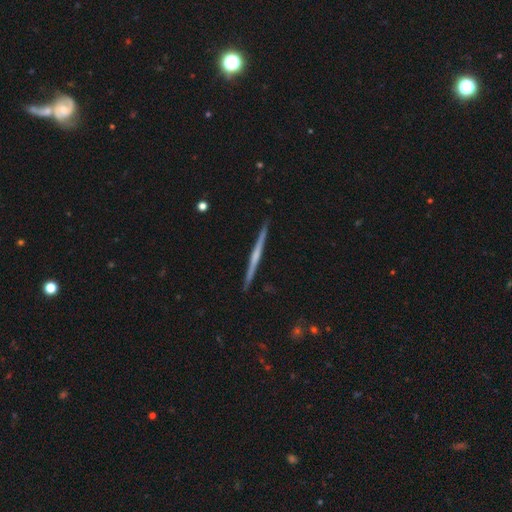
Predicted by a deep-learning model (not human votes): A featured or disk galaxy (70%) viewed edge-on (99%) with no central bulge (60%).

Vote fractions:
- Smooth or featured? featured or disk: 70% / smooth: 25% / star or artifact: 5%
- Edge-on disk? yes: 99% / no: 1%
- Edge-on bulge? none: 60% / rounded: 31% / boxy: 9%
- Merging? none: 93% / minor disturbance: 5% / major disturbance: 1% / merger: 1%